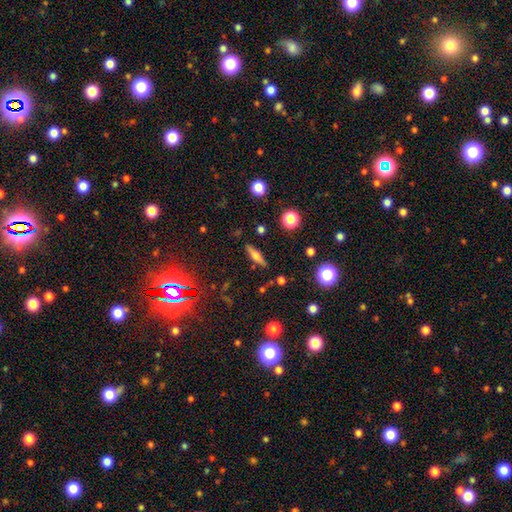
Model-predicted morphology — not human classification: smooth-or-featured: smooth: 45% | featured or disk: 44% | star or artifact: 11%
  merging: none: 85% | minor disturbance: 10% | major disturbance: 3% | merger: 3%